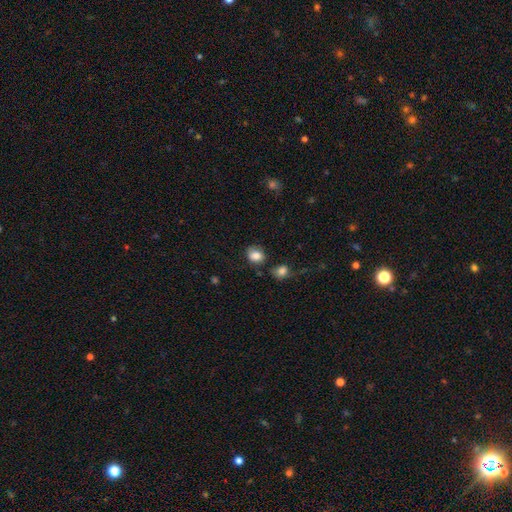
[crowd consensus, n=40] Volunteers were most divided on "how rounded": in between: 54%, round: 46%, cigar-shaped: 0%. More confident: smooth or featured — smooth (98%); merging — none (69%).